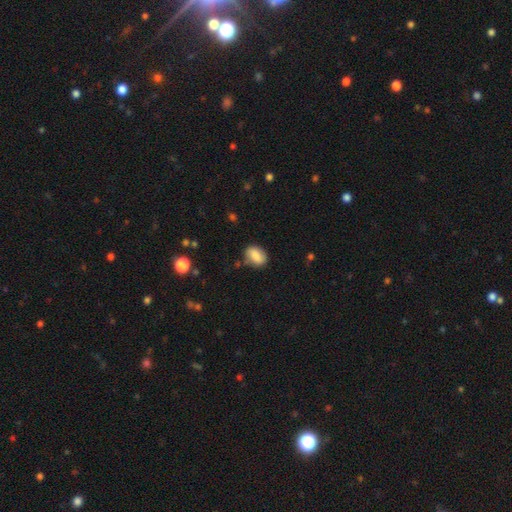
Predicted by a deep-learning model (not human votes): Smooth or featured? smooth (79%)
How rounded? in between (77%)
Merging? none (76%)